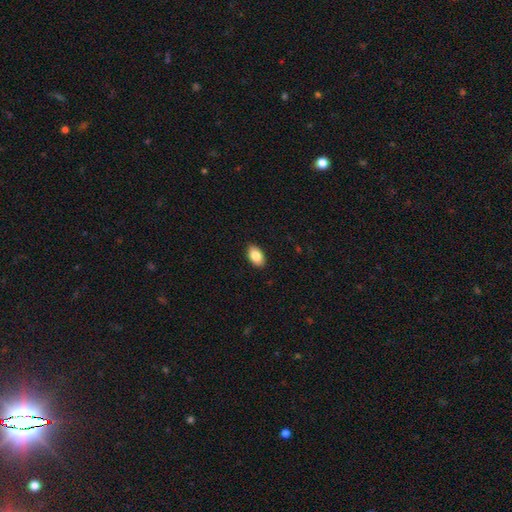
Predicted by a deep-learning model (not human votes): smooth 85%, featured or disk 8%, star or artifact 7%. Down the decision tree: how rounded — in between (92%); merging — none (90%).